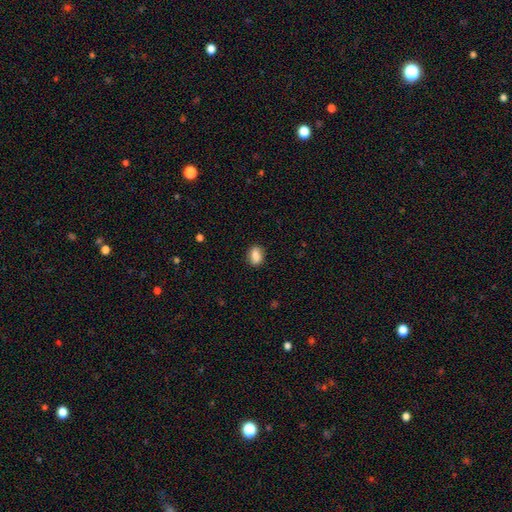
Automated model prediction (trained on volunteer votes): Overall: smooth (80%). How rounded: in between (72%). Merging: none (83%).